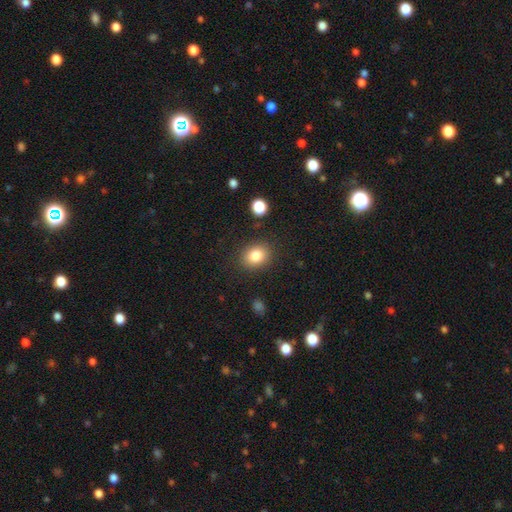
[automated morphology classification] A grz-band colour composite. It shows a smooth galaxy with no disk features (83%) that is in between round and cigar-shaped (51%). Merging: none (86%).